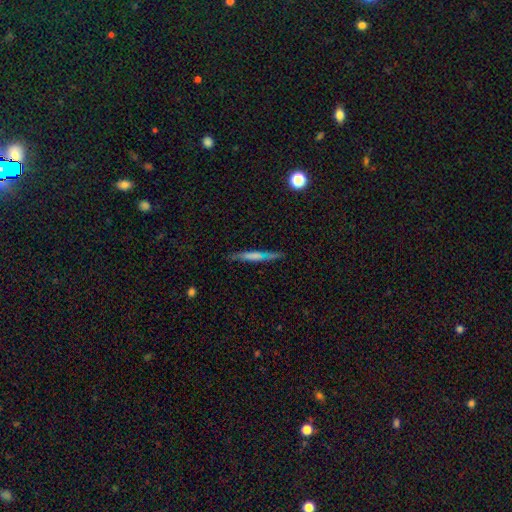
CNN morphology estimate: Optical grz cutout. It shows a smooth galaxy with no disk features (46%, tied with featured or disk). Merging: none (76%).